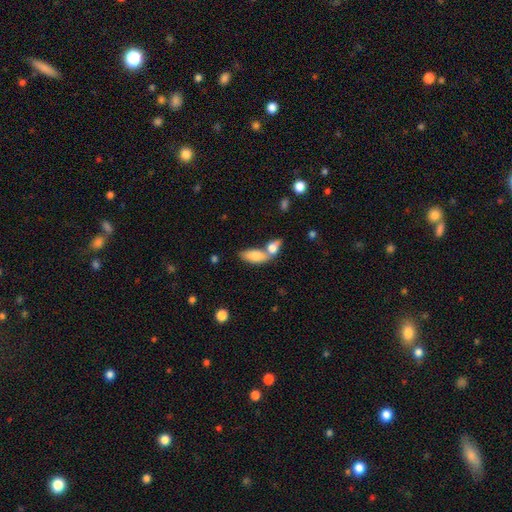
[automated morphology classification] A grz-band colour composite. It shows a smooth galaxy with no disk features (78%) that is in between round and cigar-shaped (81%). Merging: merger (53%).